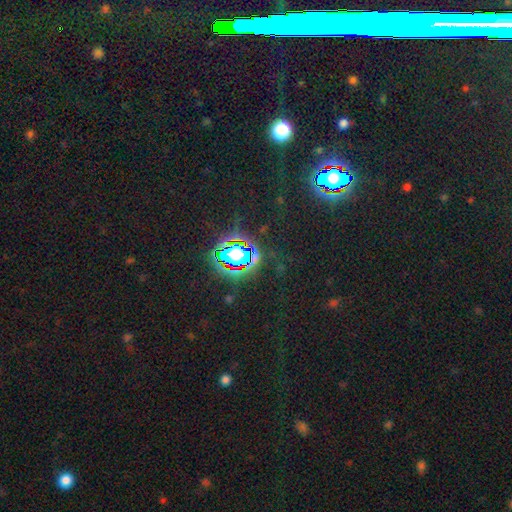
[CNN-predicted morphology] Overall: star or artifact (84%).